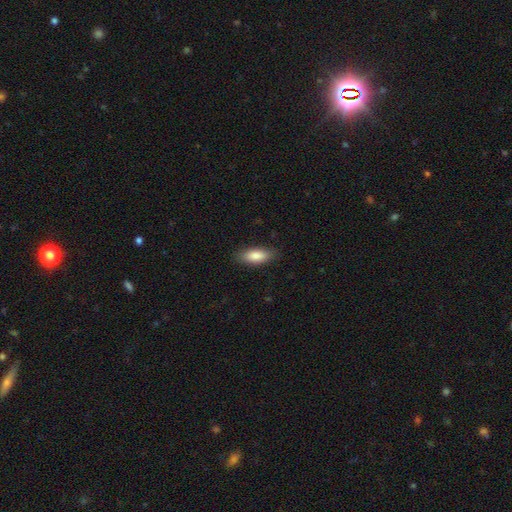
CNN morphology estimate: type=smooth (85%); roundness=in between (78%); merging=none (85%).